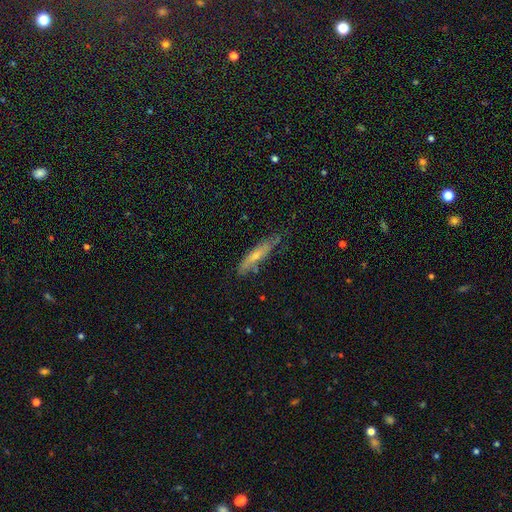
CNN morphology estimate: Overall: smooth (49%; featured or disk 44%). Merging: none (68%).